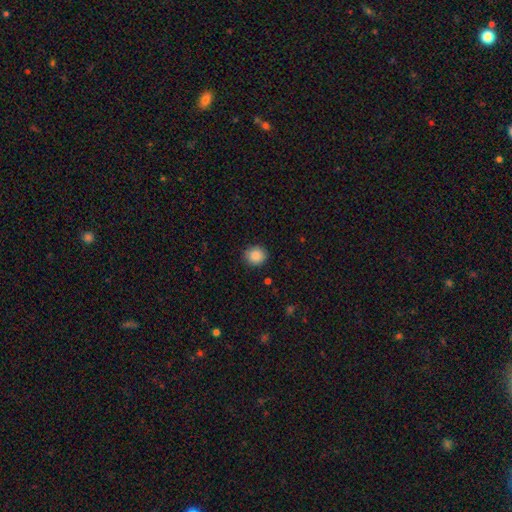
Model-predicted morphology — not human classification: smooth_or_featured: smooth (p=0.88) [alt: star or artifact p=0.09]
how_rounded: round (p=0.86) [alt: in between p=0.13]
merging: none (p=0.88) [alt: minor disturbance p=0.09]